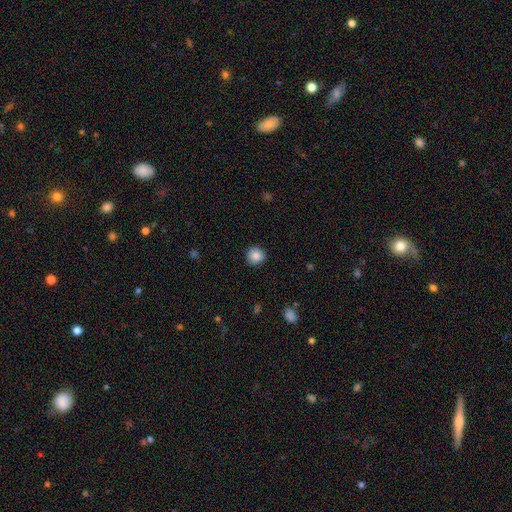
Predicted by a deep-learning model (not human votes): Smooth or featured? smooth (85%)
How rounded? round (92%)
Merging? none (90%)